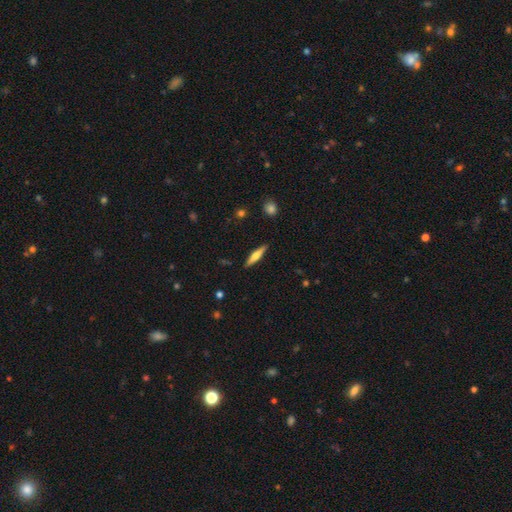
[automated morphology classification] A smooth galaxy with no disk features (52%) that is cigar-shaped (84%). Merging: none (90%).